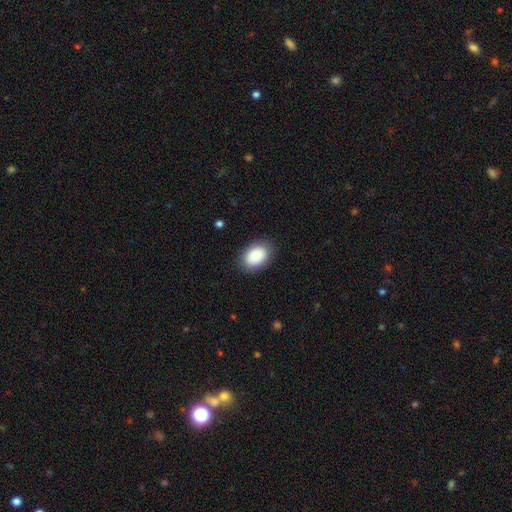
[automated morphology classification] smooth 90%, star or artifact 7%, featured or disk 4%. Down the decision tree: how rounded — in between (85%); merging — none (86%).